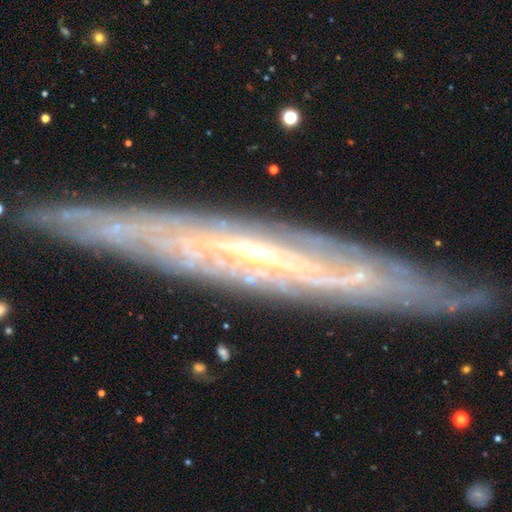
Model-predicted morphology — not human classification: Smooth or featured? featured or disk (81%)
Edge-on disk? yes (69%)
Edge-on bulge? none (56%)
Merging? none (86%)